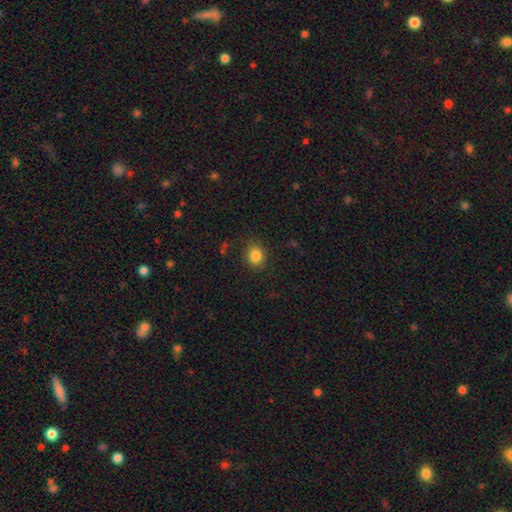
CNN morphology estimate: type=smooth (84%); roundness=round (64%); merging=none (85%).